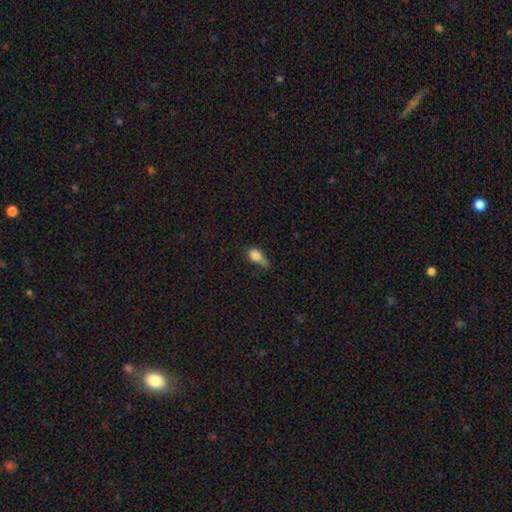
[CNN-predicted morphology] This appears to be a smooth galaxy with no disk features (80%) that is in between round and cigar-shaped (78%). Merging: minor disturbance (41%).